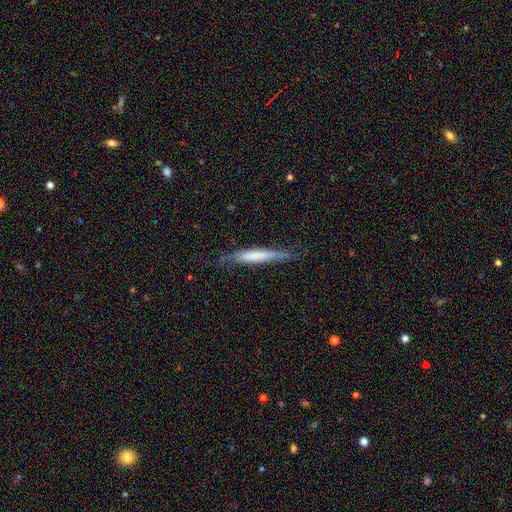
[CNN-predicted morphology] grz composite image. It shows a smooth galaxy with no disk features (55%) that is cigar-shaped (94%). Merging: none (69%).